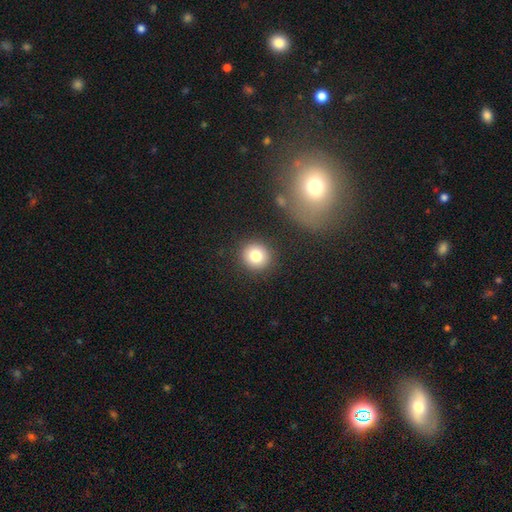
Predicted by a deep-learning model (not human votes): A smooth galaxy with no disk features (81%) that is round (90%).

Vote fractions:
- Smooth or featured? smooth: 81% / star or artifact: 10% / featured or disk: 9%
- How rounded? round: 90% / in between: 9% / cigar-shaped: 1%
- Merging? none: 89% / minor disturbance: 7% / major disturbance: 3% / merger: 2%